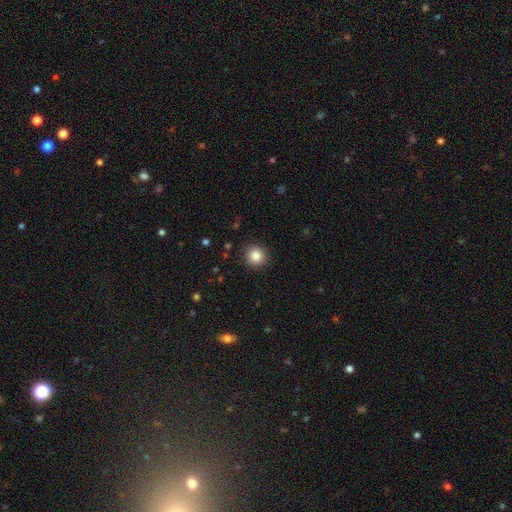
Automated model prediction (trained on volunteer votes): Smooth or featured? Predicted: smooth (p=0.85). How rounded? Predicted: round (p=0.94). Merging? Predicted: none (p=0.91).